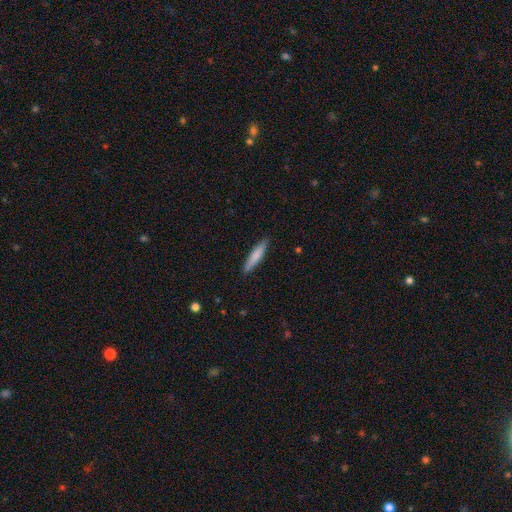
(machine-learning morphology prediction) Overall: smooth (77%). How rounded: cigar-shaped (90%). Merging: none (90%).